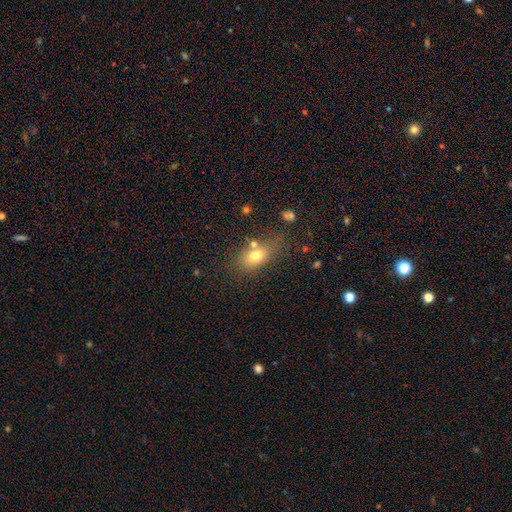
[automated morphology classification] smooth 72%, featured or disk 17%, star or artifact 11%. Down the decision tree: how rounded — in between (79%); merging — none (57%).